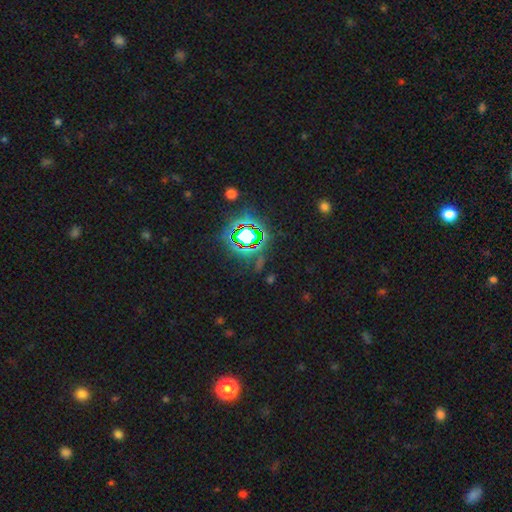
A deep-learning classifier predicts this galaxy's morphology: A star or artifact, not a galaxy (82%).

Vote fractions:
- Smooth or featured? star or artifact: 82% / smooth: 10% / featured or disk: 8%